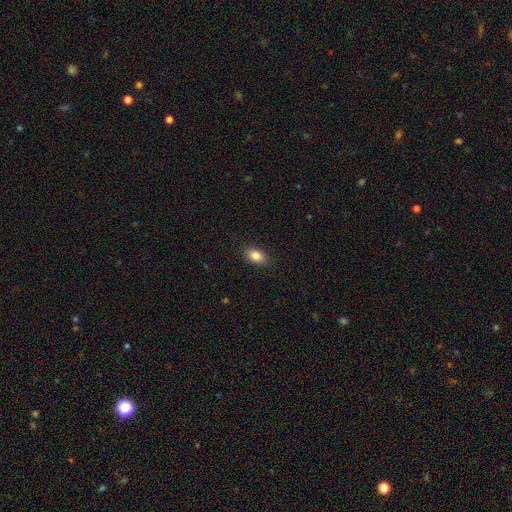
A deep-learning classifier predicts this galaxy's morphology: smooth-or-featured: smooth: 85% | star or artifact: 8% | featured or disk: 6%
  how-rounded: in between: 87% | round: 11% | cigar-shaped: 2%
  merging: none: 88% | minor disturbance: 9% | major disturbance: 2% | merger: 1%